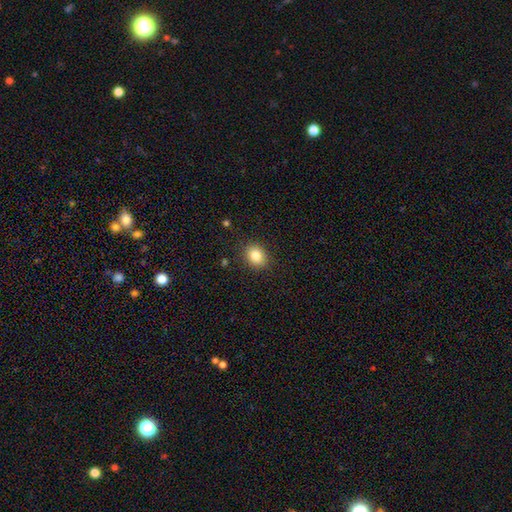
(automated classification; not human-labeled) Q: Smooth or featured?
A: smooth (83%); runner-up: star or artifact (10%)
Q: How rounded?
A: round (54%); runner-up: in between (45%)
Q: Merging?
A: none (87%); runner-up: minor disturbance (9%)